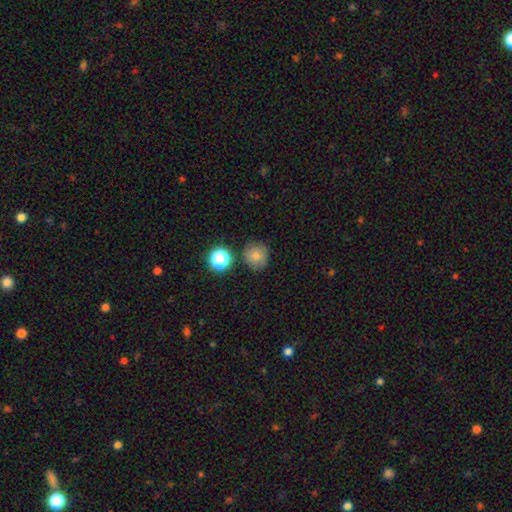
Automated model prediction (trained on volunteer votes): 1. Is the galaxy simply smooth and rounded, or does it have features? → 78% smooth, 14% star or artifact, 8% featured or disk.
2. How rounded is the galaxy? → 91% round, 8% in between, 1% cigar-shaped.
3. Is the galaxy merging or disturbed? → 80% none, 11% minor disturbance, 6% merger, 3% major disturbance.